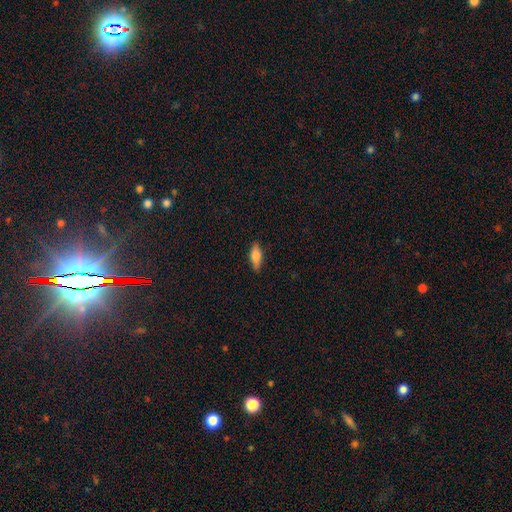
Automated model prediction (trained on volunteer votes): smooth 68%, featured or disk 25%, star or artifact 7%. Down the decision tree: how rounded — in between (63%); merging — none (86%).